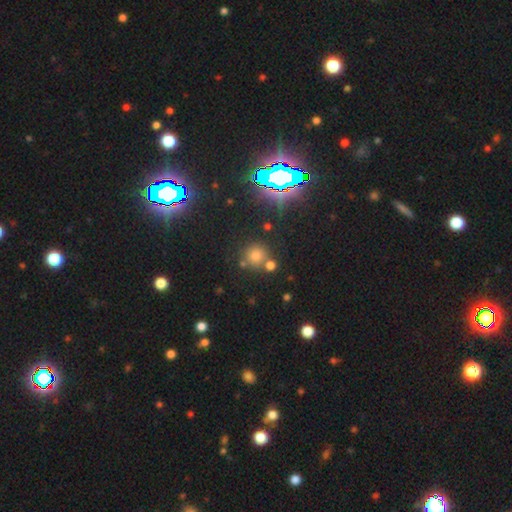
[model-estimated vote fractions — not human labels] Q: Smooth or featured?
A: smooth (59%); runner-up: star or artifact (33%)
Q: How rounded?
A: round (91%); runner-up: in between (8%)
Q: Merging?
A: none (71%); runner-up: merger (16%)